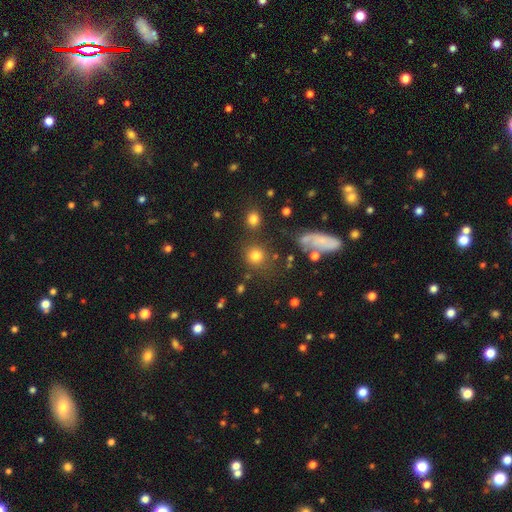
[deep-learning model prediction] This is likely a smooth galaxy (77%). How rounded: clearly round (86%). Merging: likely none (76%).